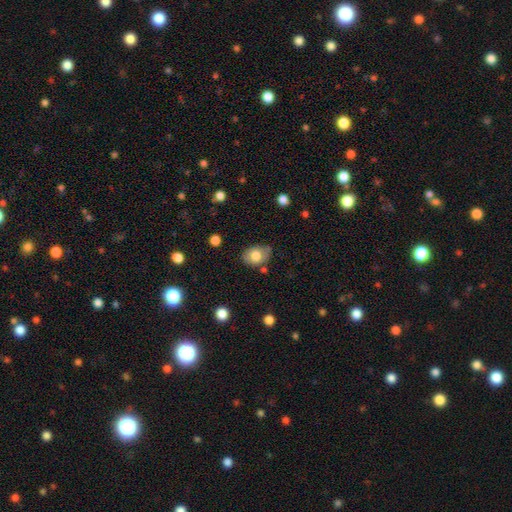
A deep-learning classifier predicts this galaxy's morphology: smooth 73%, featured or disk 19%, star or artifact 8%. Down the decision tree: how rounded — in between (68%); merging — none (69%).